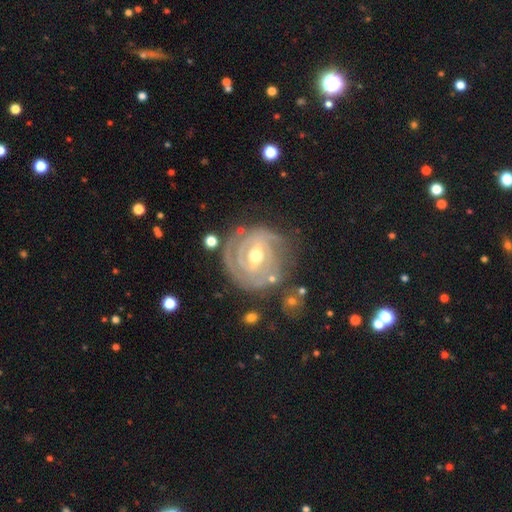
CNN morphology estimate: This appears to be a featured or disk galaxy (90%) with a weak bar (43%), 2 (43%) tight (78%) spiral arms (95%) and a moderate central bulge (74%). Merging: none (73%).